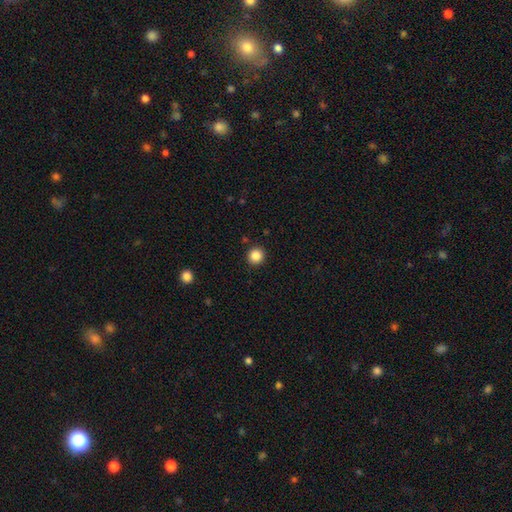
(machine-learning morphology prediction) This is clearly a smooth galaxy (86%). How rounded: clearly round (93%). Merging: clearly none (91%).